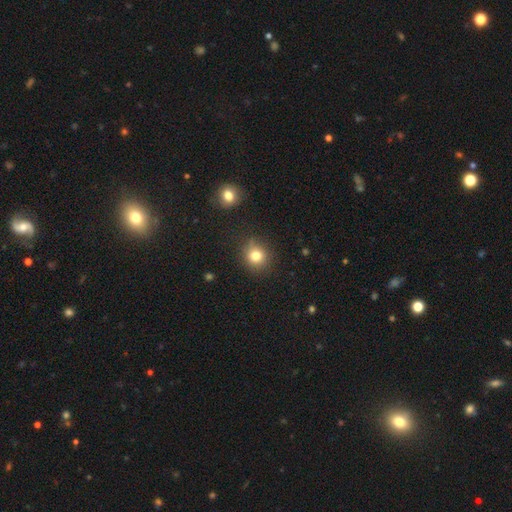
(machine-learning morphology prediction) A smooth galaxy with no disk features (80%) that is round (83%). Merging: none (83%).